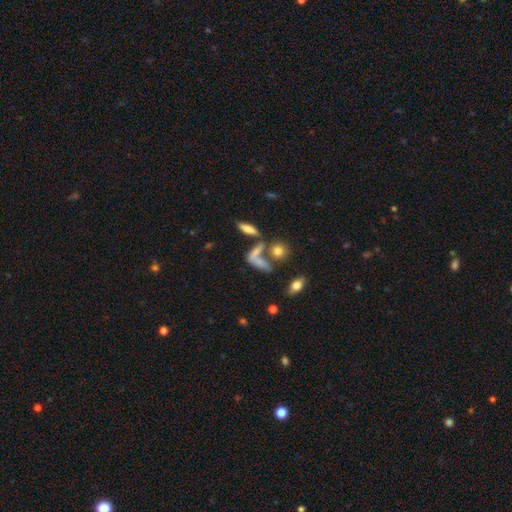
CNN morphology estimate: Smooth or featured: smooth — 58% (featured or disk — 27%)
How rounded: in between — 49% (cigar-shaped — 39%)
Merging: merger — 38% (none — 31%)